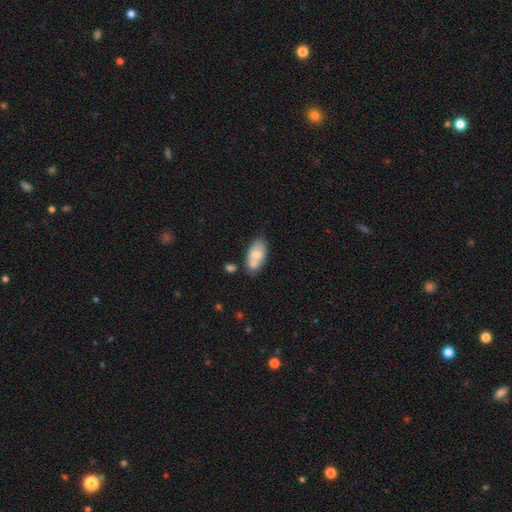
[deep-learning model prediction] smooth_or_featured: smooth (p=0.67) [alt: featured or disk p=0.26]
how_rounded: in between (p=0.91) [alt: round p=0.05]
merging: none (p=0.46) [alt: merger p=0.33]